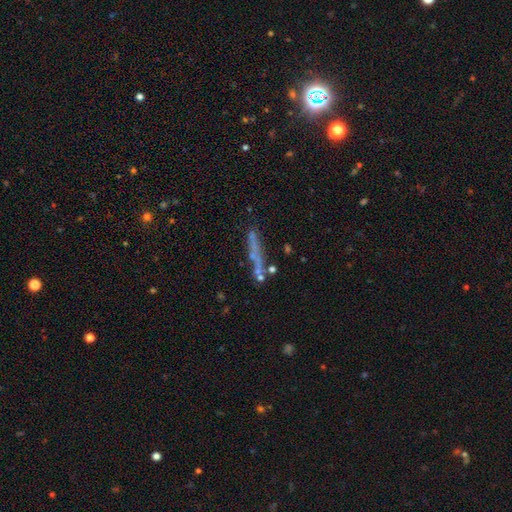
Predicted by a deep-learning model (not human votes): smooth_or_featured: smooth (p=0.47) [alt: featured or disk p=0.37]
merging: none (p=0.72) [alt: minor disturbance p=0.14]